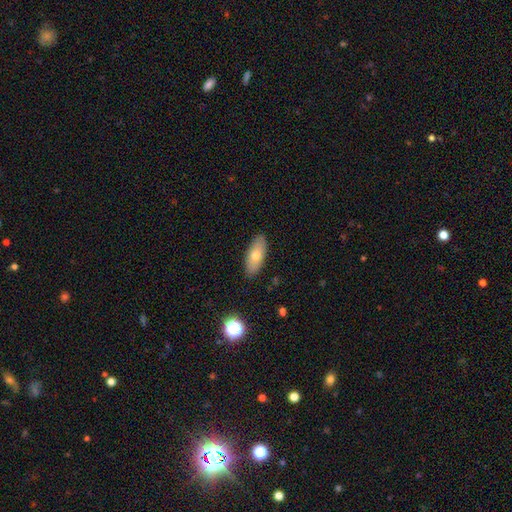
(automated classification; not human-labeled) smooth_or_featured: smooth (p=0.69) [alt: featured or disk p=0.23]
how_rounded: in between (p=0.82) [alt: cigar-shaped p=0.14]
merging: none (p=0.88) [alt: minor disturbance p=0.09]